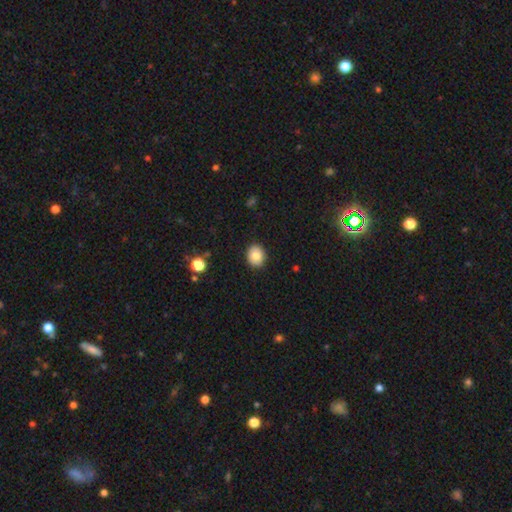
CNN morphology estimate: smooth 81%, featured or disk 10%, star or artifact 9%. Down the decision tree: how rounded — round (60%); merging — none (90%).